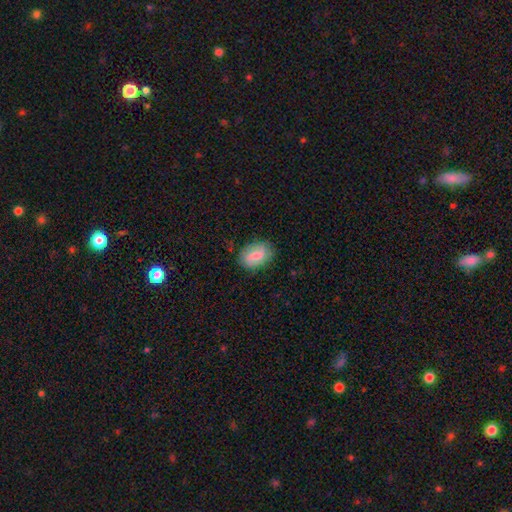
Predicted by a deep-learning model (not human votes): Q: Smooth or featured?
A: smooth (67%); runner-up: featured or disk (26%)
Q: How rounded?
A: in between (85%); runner-up: round (13%)
Q: Merging?
A: none (76%); runner-up: minor disturbance (18%)